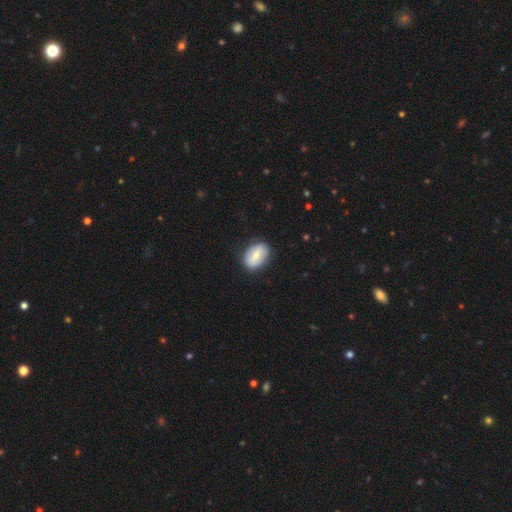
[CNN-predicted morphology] The model was most divided on "smooth or featured": smooth: 62%, featured or disk: 32%, star or artifact: 7%. More confident: merging — none (83%); how rounded — in between (78%).